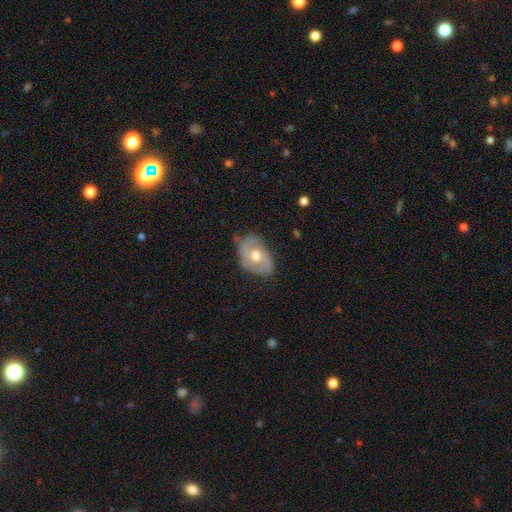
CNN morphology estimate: Q: Smooth or featured?
A: featured or disk (58%); runner-up: smooth (36%)
Q: Edge-on disk?
A: no (94%); runner-up: yes (6%)
Q: Bar?
A: no (75%); runner-up: weak (21%)
Q: Spiral arms?
A: yes (59%); runner-up: no (41%)
Q: Bulge size?
A: moderate (72%); runner-up: large (19%)
Q: Merging?
A: none (61%); runner-up: minor disturbance (28%)